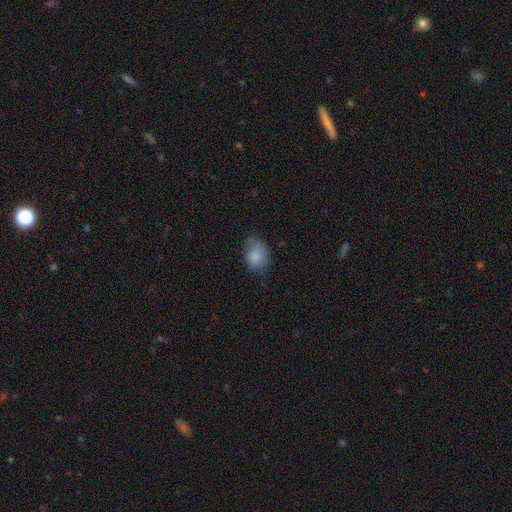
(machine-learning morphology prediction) This is clearly a smooth galaxy (82%). How rounded: likely in between (71%). Merging: possibly none (59%).